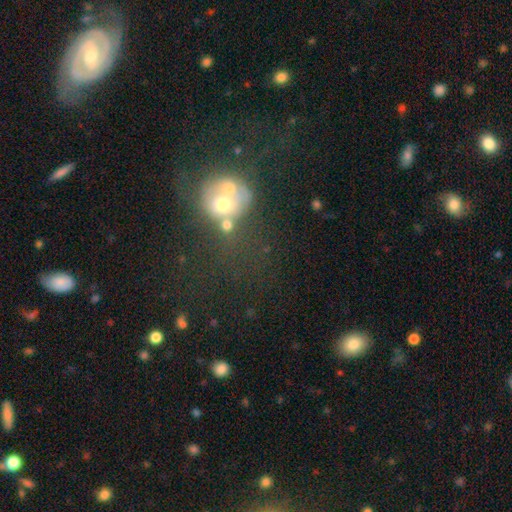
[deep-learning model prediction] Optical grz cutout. It shows a smooth galaxy with no disk features (43%). Merging: merger (50%).